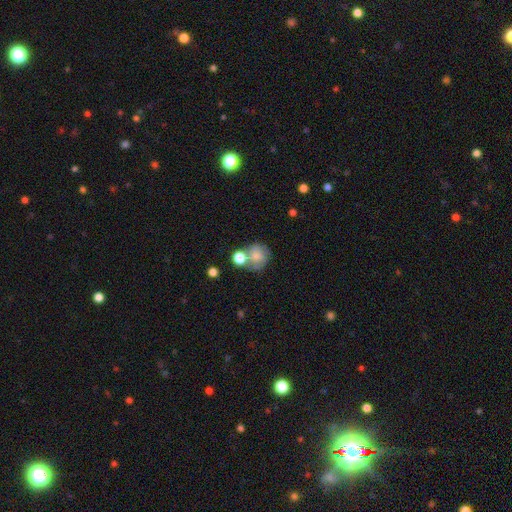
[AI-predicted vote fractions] smooth-or-featured: smooth: 66% | featured or disk: 25% | star or artifact: 9%
  how-rounded: round: 78% | in between: 21% | cigar-shaped: 1%
  merging: none: 38% | merger: 36% | minor disturbance: 16% | major disturbance: 9%